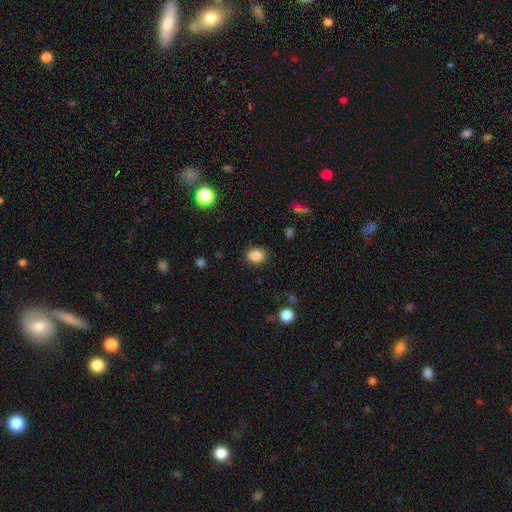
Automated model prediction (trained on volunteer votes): smooth 86%, star or artifact 10%, featured or disk 5%. Down the decision tree: how rounded — in between (57%); merging — none (88%).